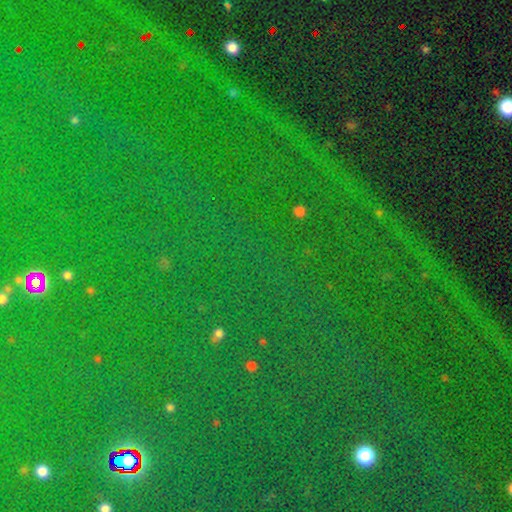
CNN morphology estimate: smooth_or_featured: star or artifact (p=0.86) [alt: smooth p=0.08]